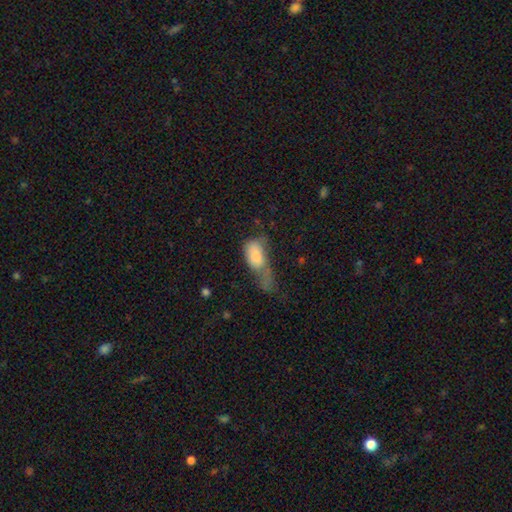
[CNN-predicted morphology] The model was most divided on "merging": major disturbance: 51%, minor disturbance: 20%, merger: 16%, none: 13%. More confident: how rounded — in between (88%); smooth or featured — smooth (76%).